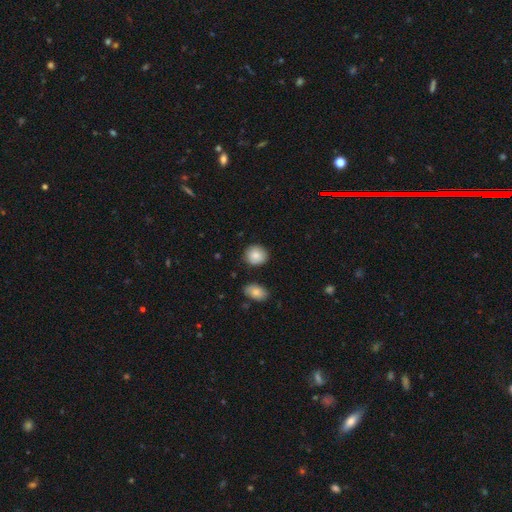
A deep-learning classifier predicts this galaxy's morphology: Q: Smooth or featured?
A: smooth (86%); runner-up: star or artifact (7%)
Q: How rounded?
A: round (79%); runner-up: in between (20%)
Q: Merging?
A: none (83%); runner-up: minor disturbance (11%)